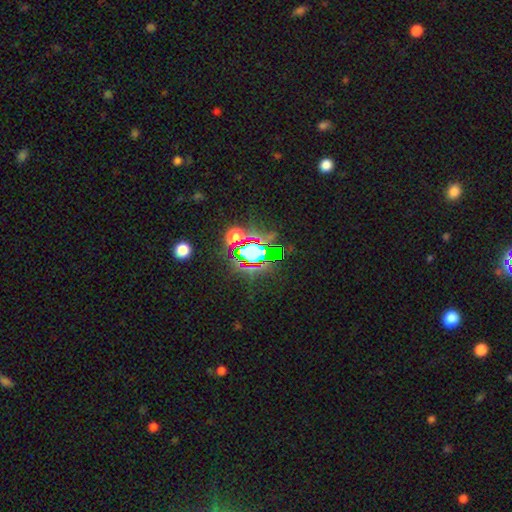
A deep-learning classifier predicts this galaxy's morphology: Overall: star or artifact (71%).